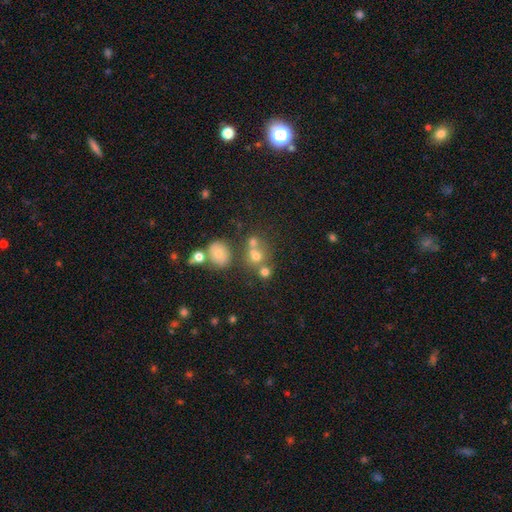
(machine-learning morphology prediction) A smooth galaxy with no disk features (62%) that is round (79%).

Vote fractions:
- Smooth or featured? smooth: 62% / star or artifact: 21% / featured or disk: 17%
- How rounded? round: 79% / in between: 19% / cigar-shaped: 1%
- Merging? none: 50% / merger: 35% / minor disturbance: 10% / major disturbance: 5%